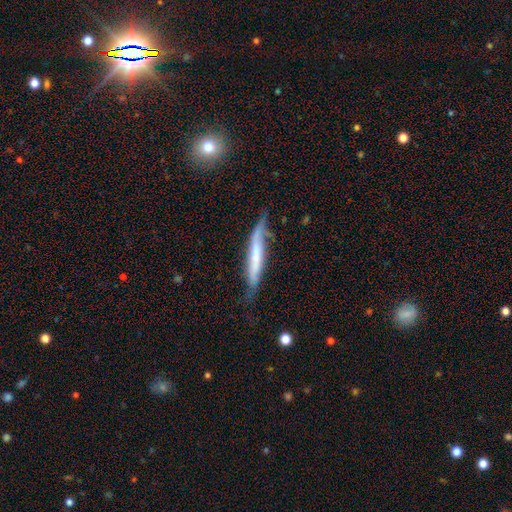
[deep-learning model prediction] Smooth or featured? Predicted: featured or disk (p=0.52). Edge-on disk? Predicted: yes (p=0.69). Merging? Predicted: none (p=0.54).